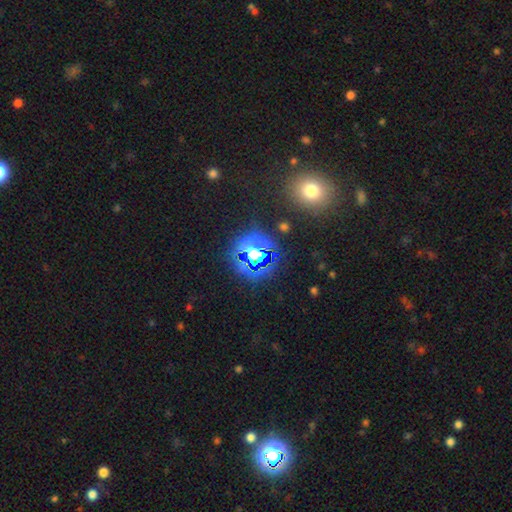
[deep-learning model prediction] The model was most divided on "smooth or featured": star or artifact: 74%, smooth: 17%, featured or disk: 9%.